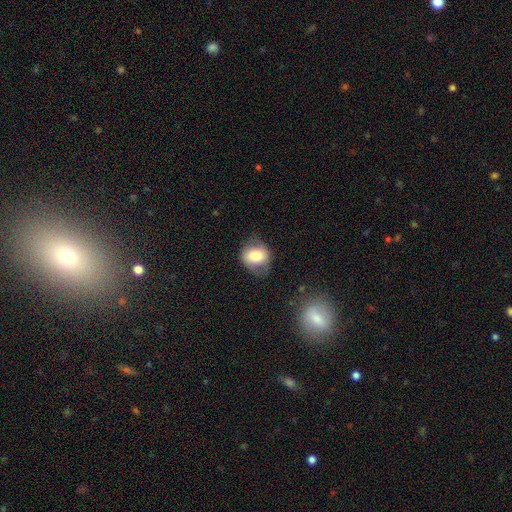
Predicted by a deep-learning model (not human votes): A smooth galaxy with no disk features (69%) that is round (58%).

Vote fractions:
- Smooth or featured? smooth: 69% / featured or disk: 23% / star or artifact: 8%
- How rounded? round: 58% / in between: 41% / cigar-shaped: 1%
- Merging? none: 64% / minor disturbance: 24% / major disturbance: 10% / merger: 2%